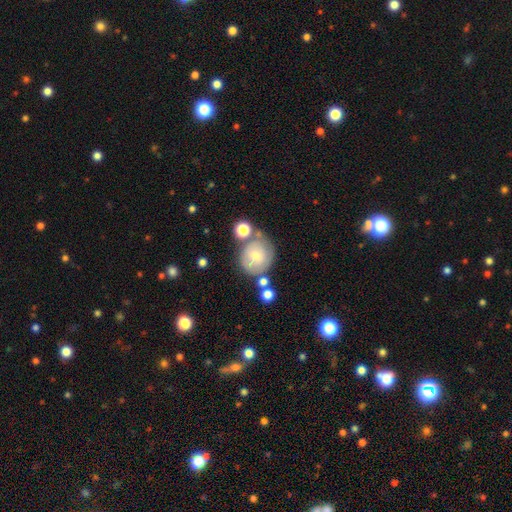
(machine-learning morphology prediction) A smooth galaxy with no disk features (60%) that is round (82%). Merging: none (56%).